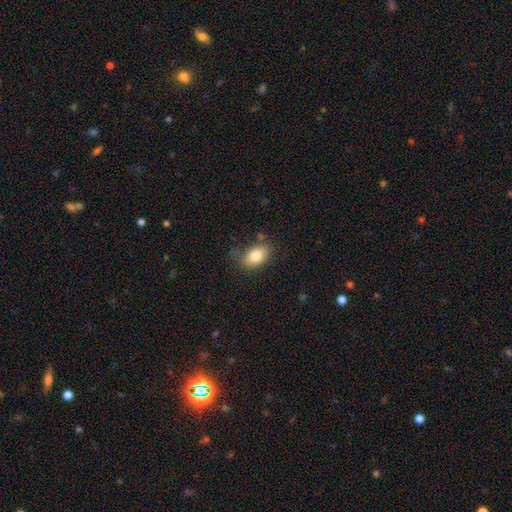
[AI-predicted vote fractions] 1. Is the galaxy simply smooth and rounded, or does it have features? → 81% smooth, 12% featured or disk, 8% star or artifact.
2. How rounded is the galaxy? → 90% in between, 8% round, 2% cigar-shaped.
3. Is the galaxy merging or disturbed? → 70% none, 20% minor disturbance, 6% major disturbance, 4% merger.